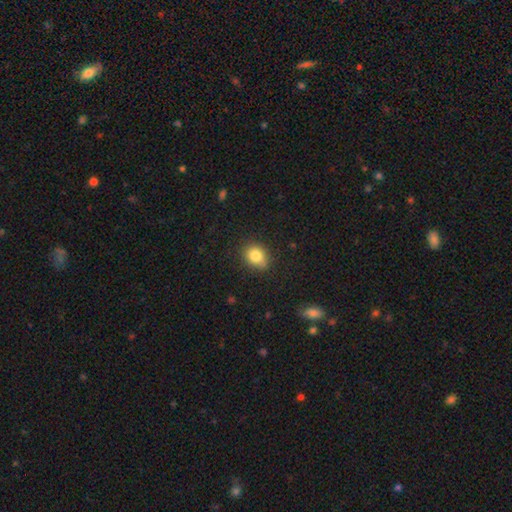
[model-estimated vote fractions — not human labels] A smooth galaxy with no disk features (82%) that is round (57%).

Vote fractions:
- Smooth or featured? smooth: 82% / star or artifact: 10% / featured or disk: 8%
- How rounded? round: 57% / in between: 42% / cigar-shaped: 1%
- Merging? none: 78% / minor disturbance: 17% / major disturbance: 3% / merger: 2%